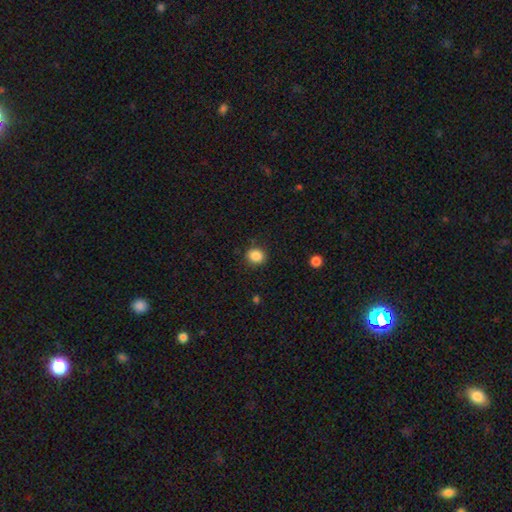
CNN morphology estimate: Smooth or featured?
  - smooth: 87% *
  - star or artifact: 10%
  - featured or disk: 3%
How rounded?
  - round: 65% *
  - in between: 35%
  - cigar-shaped: 1%
Merging?
  - none: 87% *
  - minor disturbance: 9%
  - major disturbance: 3%
  - merger: 1%